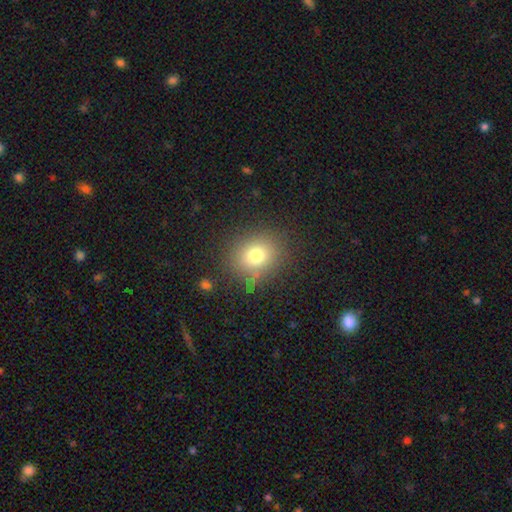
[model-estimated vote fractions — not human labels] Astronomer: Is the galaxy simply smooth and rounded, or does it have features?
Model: smooth — 75%.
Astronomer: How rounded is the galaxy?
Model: round — 62%.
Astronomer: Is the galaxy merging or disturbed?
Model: none — 79%.